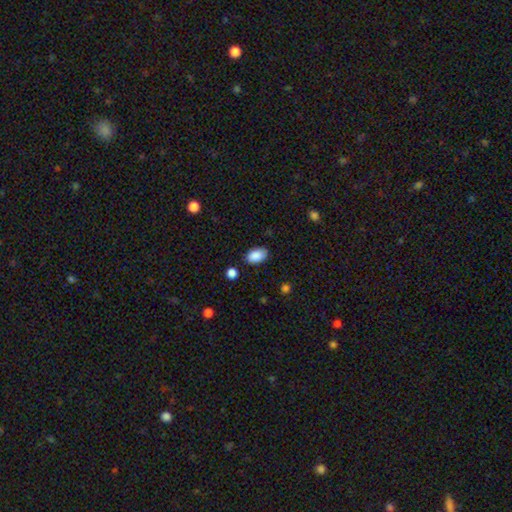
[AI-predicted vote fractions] Smooth or featured: smooth — 88% (star or artifact — 7%)
How rounded: in between — 92% (round — 7%)
Merging: none — 82% (minor disturbance — 13%)